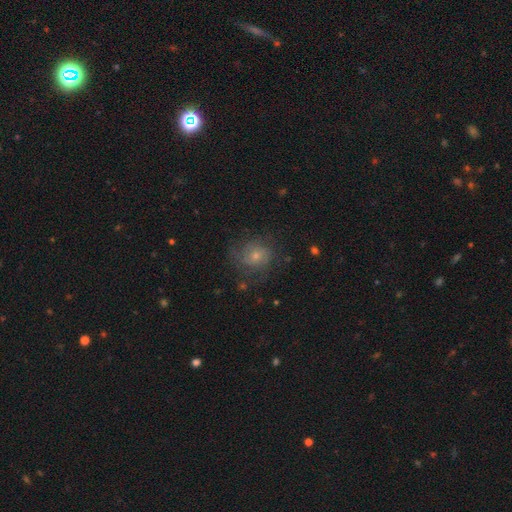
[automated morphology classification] Smooth or featured? Predicted: featured or disk (p=0.47). Merging? Predicted: none (p=0.69).